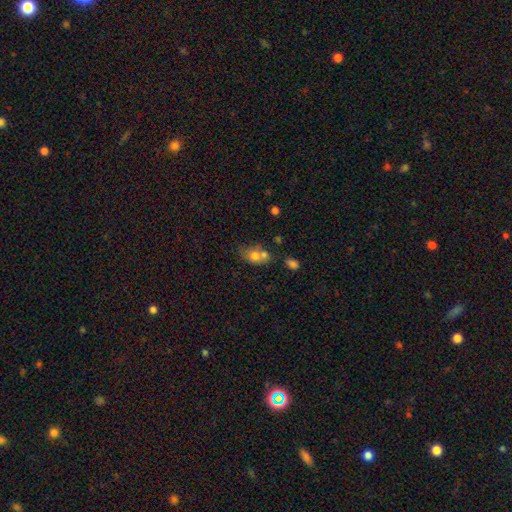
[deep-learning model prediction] smooth_or_featured: smooth (p=0.71) [alt: featured or disk p=0.18]
how_rounded: in between (p=0.66) [alt: round p=0.31]
merging: merger (p=0.43) [alt: none p=0.34]